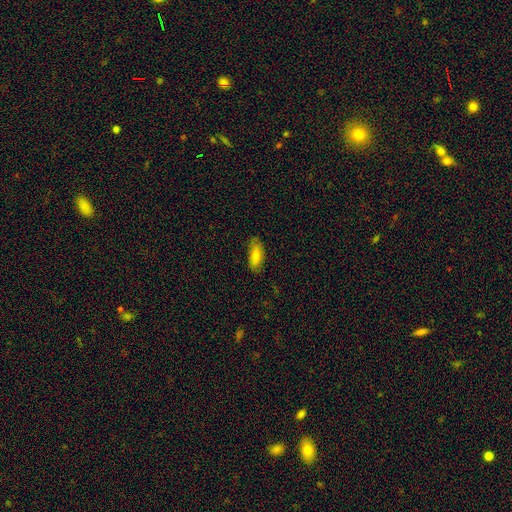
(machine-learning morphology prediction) Smooth or featured? smooth (78%)
How rounded? in between (81%)
Merging? none (78%)